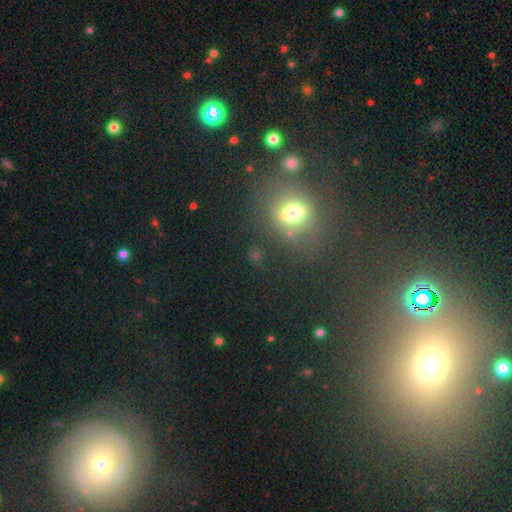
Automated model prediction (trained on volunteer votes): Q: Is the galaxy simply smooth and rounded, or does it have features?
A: smooth — 48%.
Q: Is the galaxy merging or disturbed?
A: none — 74%.